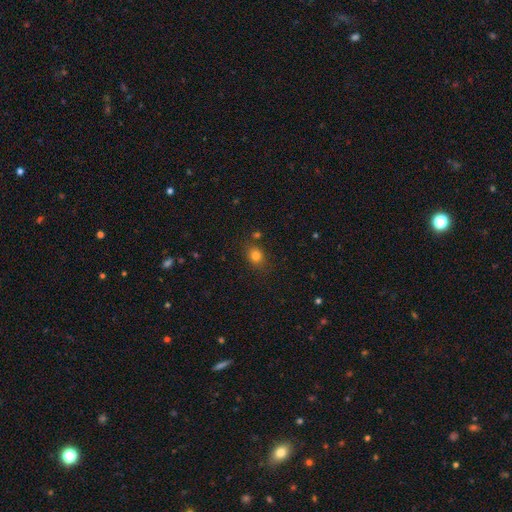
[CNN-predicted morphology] Smooth or featured? smooth (79%)
How rounded? round (58%)
Merging? none (80%)